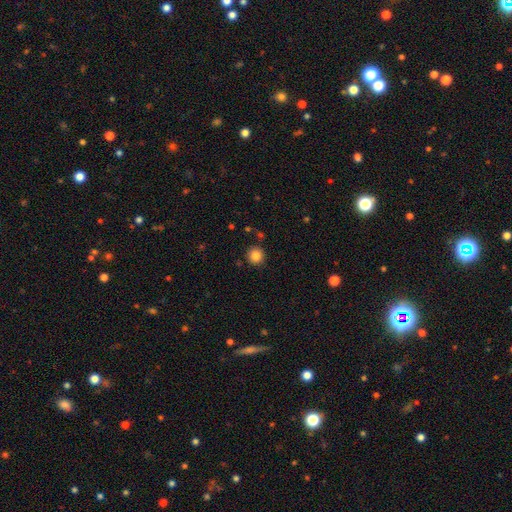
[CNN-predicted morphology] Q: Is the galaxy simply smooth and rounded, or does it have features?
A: smooth — 85%.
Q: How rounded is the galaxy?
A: round — 94%.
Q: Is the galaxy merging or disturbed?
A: none — 88%.